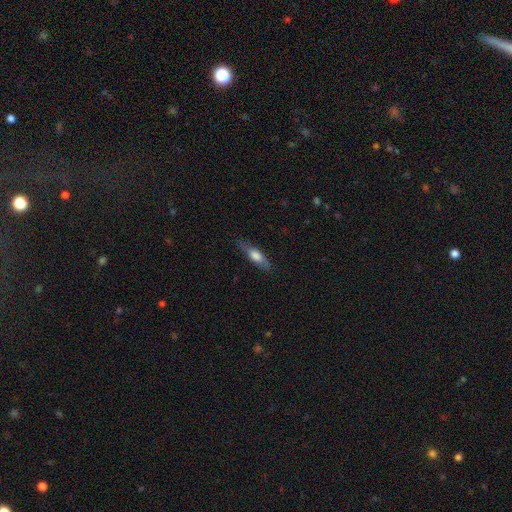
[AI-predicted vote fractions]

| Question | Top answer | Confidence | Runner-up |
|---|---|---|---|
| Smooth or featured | smooth | 59% | featured or disk (35%) |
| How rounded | cigar-shaped | 61% | in between (36%) |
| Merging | none | 79% | minor disturbance (16%) |